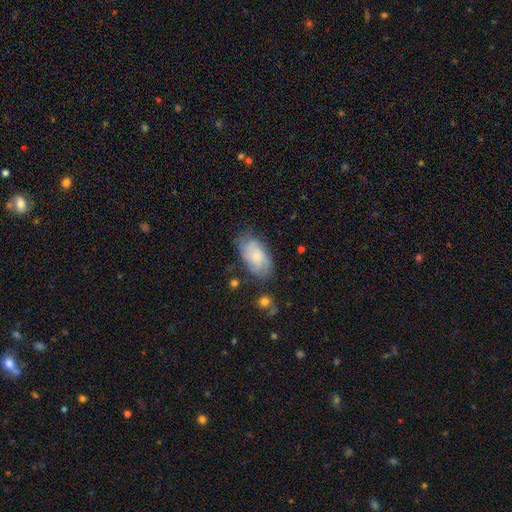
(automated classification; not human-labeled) The model was most divided on "smooth or featured": featured or disk: 48%, smooth: 44%, star or artifact: 8%. More confident: merging — none (67%).